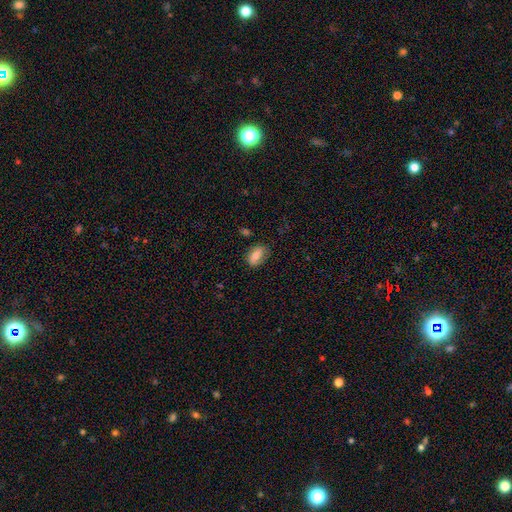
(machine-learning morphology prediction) smooth_or_featured: smooth (p=0.71) [alt: featured or disk p=0.21]
how_rounded: in between (p=0.86) [alt: round p=0.10]
merging: none (p=0.75) [alt: minor disturbance p=0.18]